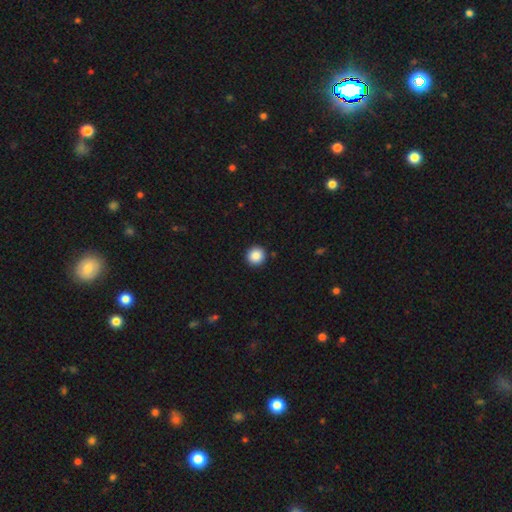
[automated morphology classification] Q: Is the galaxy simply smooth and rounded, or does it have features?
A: smooth — 88%.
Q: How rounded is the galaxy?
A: round — 95%.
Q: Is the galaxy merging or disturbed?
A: none — 92%.